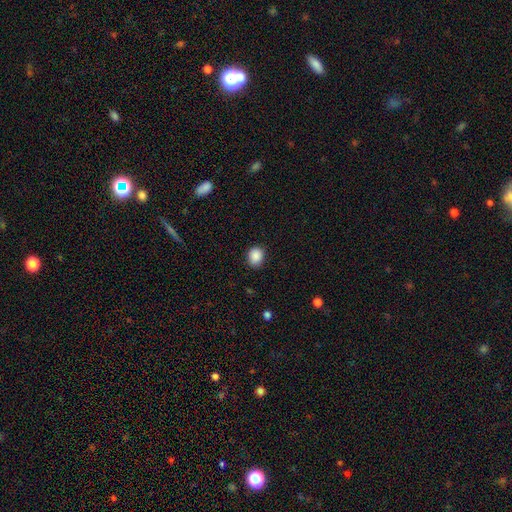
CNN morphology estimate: Smooth or featured? smooth (89%)
How rounded? round (57%)
Merging? none (85%)